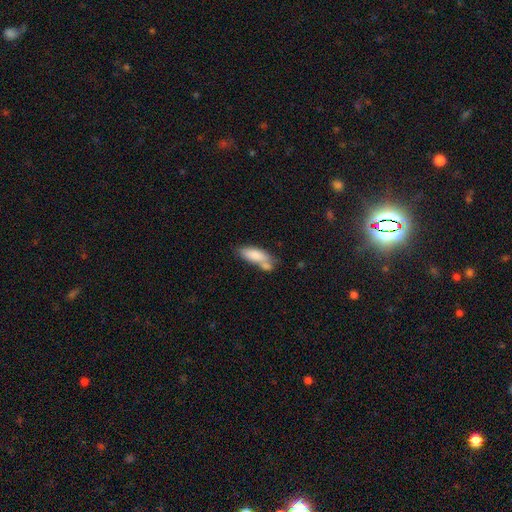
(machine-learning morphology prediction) This appears to be a smooth galaxy with no disk features (81%) that is in between round and cigar-shaped (70%). Merging: none (40%).